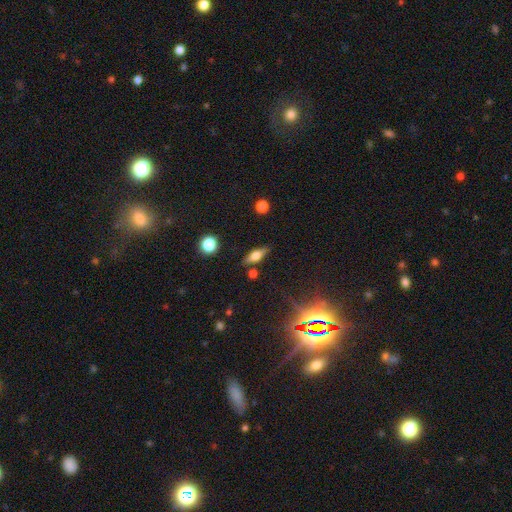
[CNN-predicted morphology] type=smooth (50%); merging=none (80%).